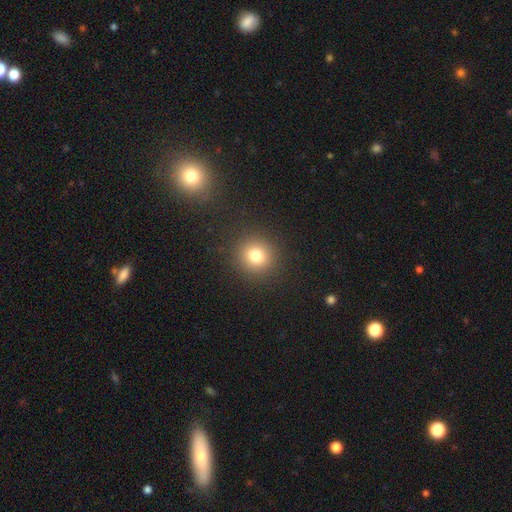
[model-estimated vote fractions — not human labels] smooth 78%, star or artifact 14%, featured or disk 8%. Down the decision tree: how rounded — round (92%); merging — none (90%).